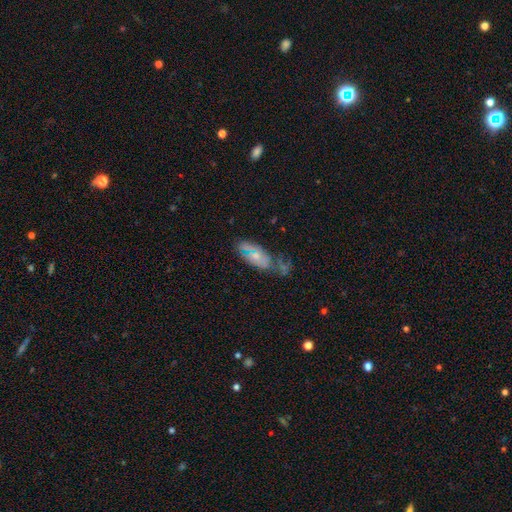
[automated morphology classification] smooth 46%, featured or disk 42%, star or artifact 12%. Down the decision tree: merging — none (47%).